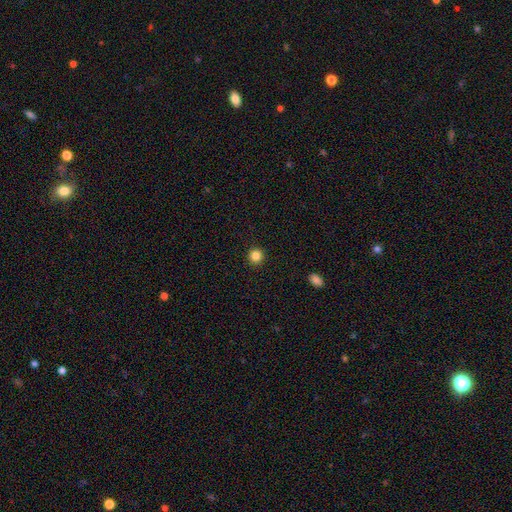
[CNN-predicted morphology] Smooth or featured? Predicted: smooth (p=0.84). How rounded? Predicted: round (p=0.94). Merging? Predicted: none (p=0.93).